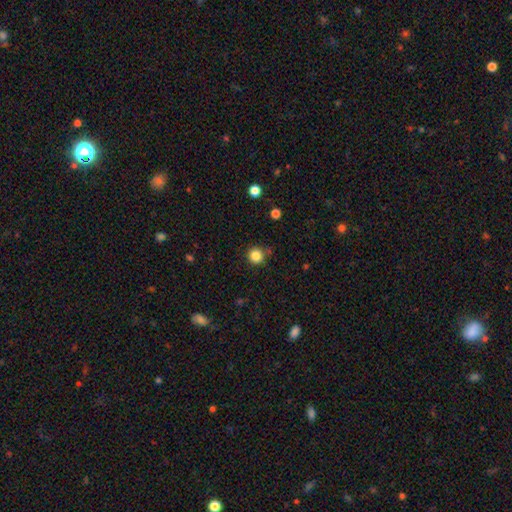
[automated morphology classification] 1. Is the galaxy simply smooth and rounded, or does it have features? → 84% smooth, 12% star or artifact, 4% featured or disk.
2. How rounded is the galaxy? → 94% round, 5% in between, 1% cigar-shaped.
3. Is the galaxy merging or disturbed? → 85% none, 9% minor disturbance, 4% merger, 3% major disturbance.